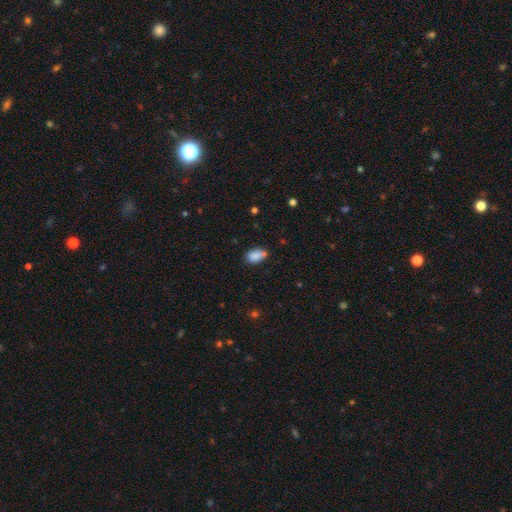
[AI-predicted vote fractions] smooth 85%, star or artifact 8%, featured or disk 6%. Down the decision tree: how rounded — in between (90%); merging — none (62%).